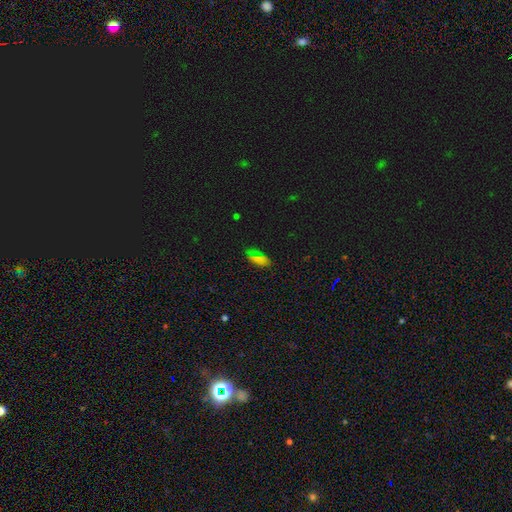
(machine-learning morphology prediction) Smooth or featured: smooth — 56% (star or artifact — 33%)
How rounded: in between — 84% (cigar-shaped — 11%)
Merging: none — 82% (minor disturbance — 13%)